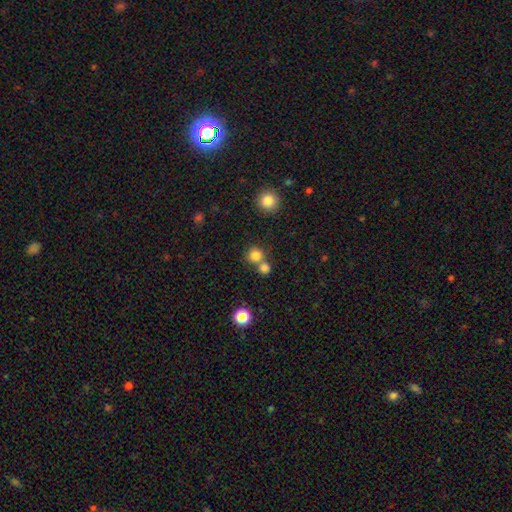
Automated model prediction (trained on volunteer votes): The model was most divided on "merging": none: 55%, merger: 36%, minor disturbance: 6%, major disturbance: 3%. More confident: how rounded — round (88%); smooth or featured — smooth (80%).